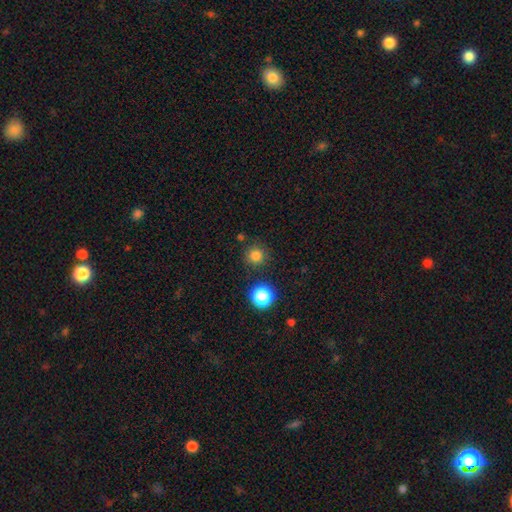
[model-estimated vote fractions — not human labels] Smooth or featured: smooth — 80% (star or artifact — 16%)
How rounded: round — 94% (in between — 5%)
Merging: none — 84% (minor disturbance — 8%)